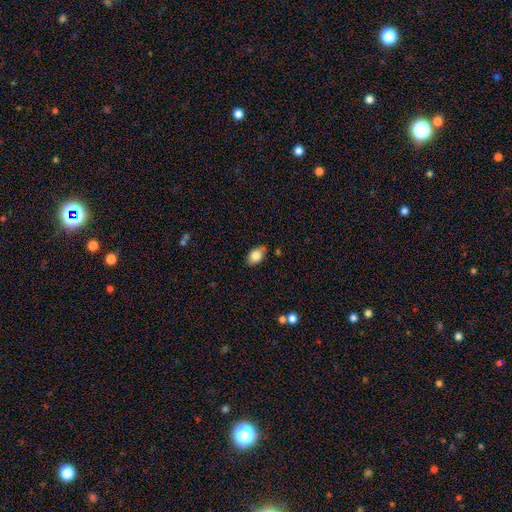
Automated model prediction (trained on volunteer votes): smooth-or-featured: smooth: 82% | featured or disk: 10% | star or artifact: 8%
  how-rounded: in between: 84% | round: 15% | cigar-shaped: 1%
  merging: none: 79% | minor disturbance: 15% | merger: 3% | major disturbance: 3%